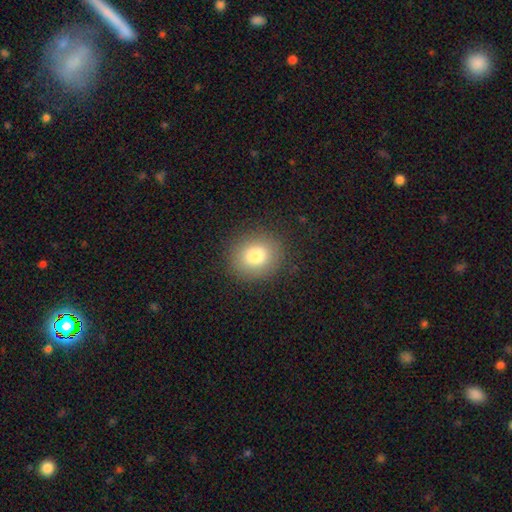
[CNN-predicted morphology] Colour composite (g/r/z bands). It shows a smooth galaxy with no disk features (82%) that is round (75%). Merging: none (88%).